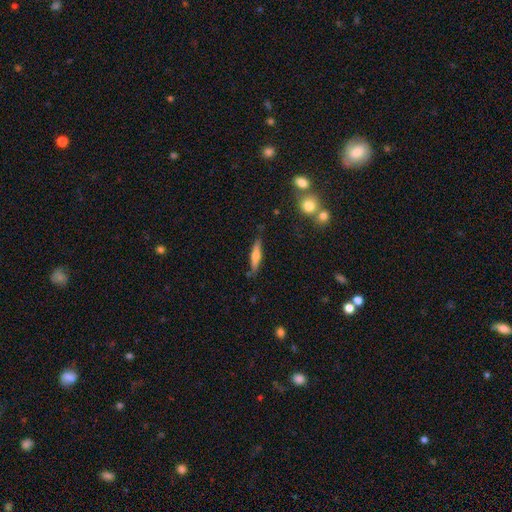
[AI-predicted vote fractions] A smooth galaxy with no disk features (48%). Merging: none (81%).